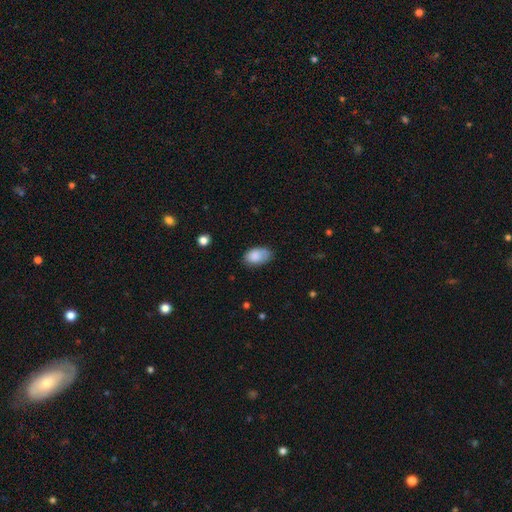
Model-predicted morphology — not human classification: The model was most divided on "merging": none: 63%, minor disturbance: 28%, major disturbance: 7%, merger: 2%. More confident: how rounded — in between (92%); smooth or featured — smooth (82%).